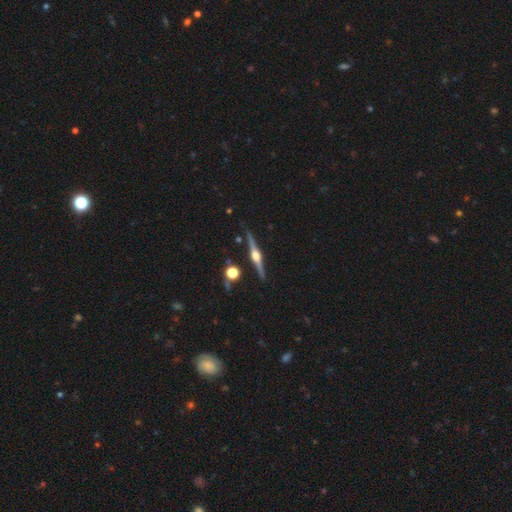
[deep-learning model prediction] featured or disk 87%, smooth 8%, star or artifact 5%. Down the decision tree: edge-on disk — yes (98%); edge-on bulge — rounded (96%); merging — none (90%).